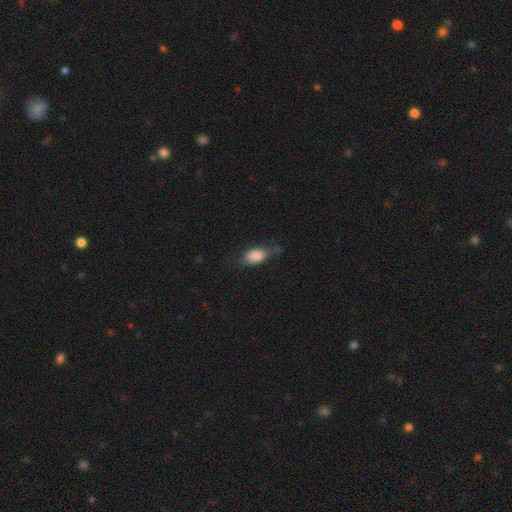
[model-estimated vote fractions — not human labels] smooth 82%, featured or disk 11%, star or artifact 7%. Down the decision tree: how rounded — in between (86%); merging — none (56%).